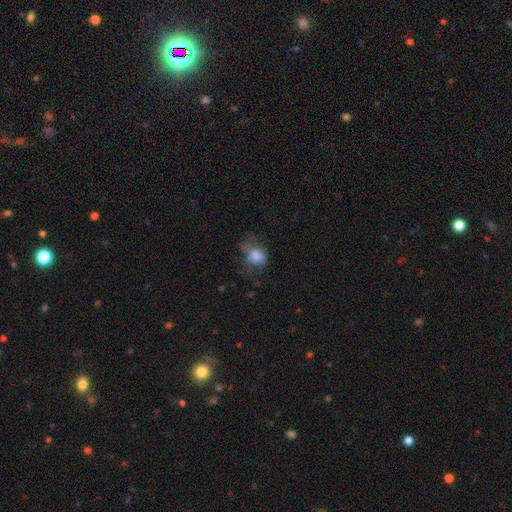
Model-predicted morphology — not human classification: smooth 71%, featured or disk 19%, star or artifact 11%. Down the decision tree: how rounded — in between (69%); merging — major disturbance (37%).